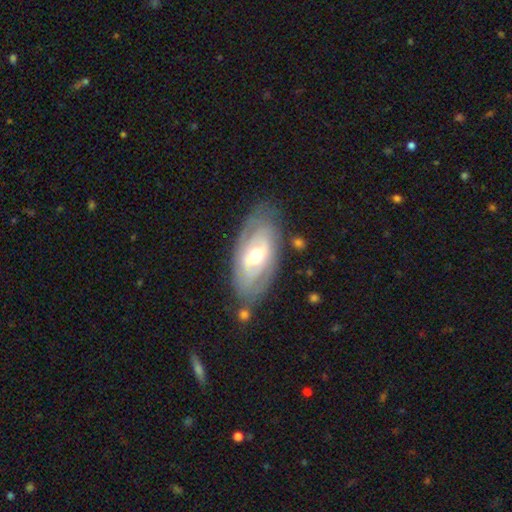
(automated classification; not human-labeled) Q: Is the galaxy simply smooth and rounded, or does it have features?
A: featured or disk — 72%.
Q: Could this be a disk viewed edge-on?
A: no — 89%.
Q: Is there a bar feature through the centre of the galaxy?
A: no — 40%.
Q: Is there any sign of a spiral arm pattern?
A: yes — 62%.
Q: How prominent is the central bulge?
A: moderate — 72%.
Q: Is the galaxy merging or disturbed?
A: none — 72%.